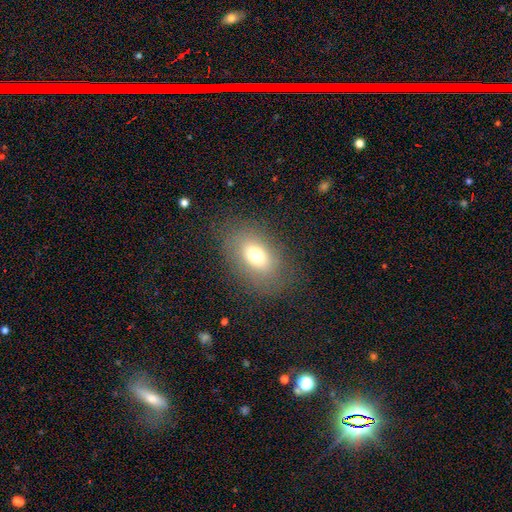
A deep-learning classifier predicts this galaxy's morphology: Smooth or featured? smooth (68%)
How rounded? in between (79%)
Merging? none (79%)